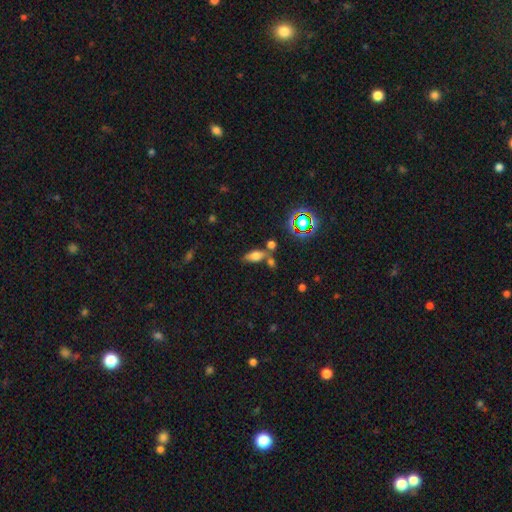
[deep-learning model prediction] A smooth galaxy with no disk features (67%) that is in between round and cigar-shaped (81%). Merging: none (55%).